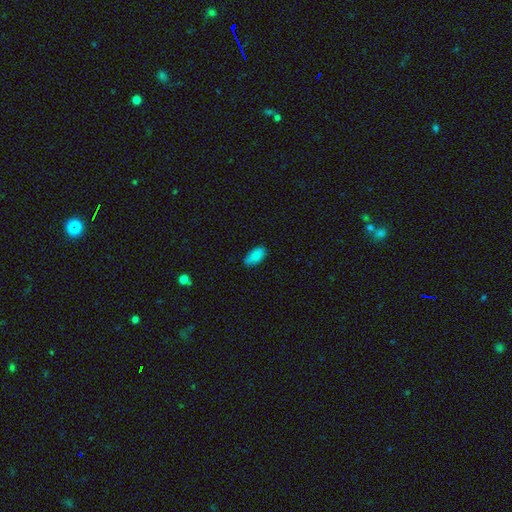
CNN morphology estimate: A smooth galaxy with no disk features (87%) that is in between round and cigar-shaped (91%). Merging: none (81%).